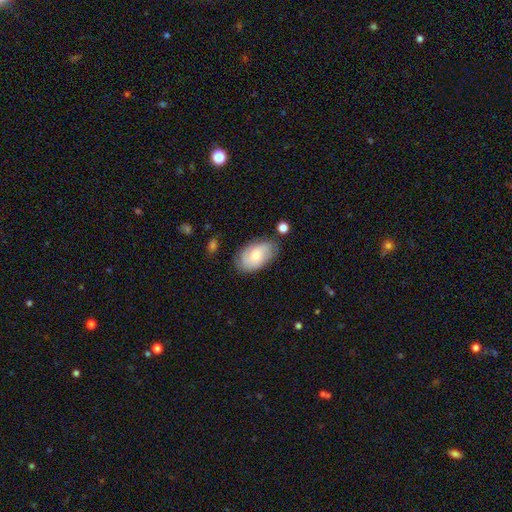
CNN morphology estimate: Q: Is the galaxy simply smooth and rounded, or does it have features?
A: smooth — 59%.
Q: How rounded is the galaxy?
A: in between — 92%.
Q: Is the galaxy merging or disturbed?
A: none — 74%.